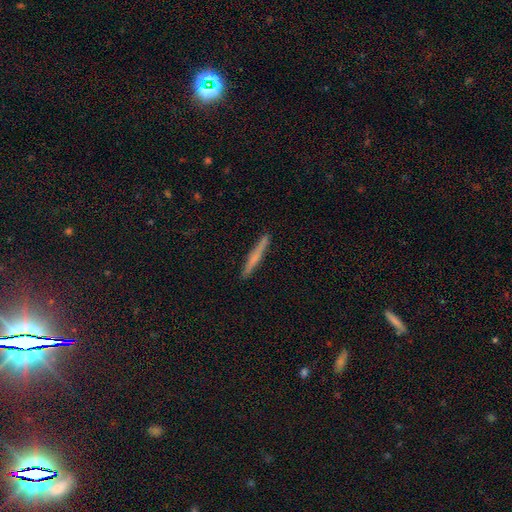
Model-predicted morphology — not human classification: type=smooth (55%); roundness=cigar-shaped (96%); merging=none (91%).